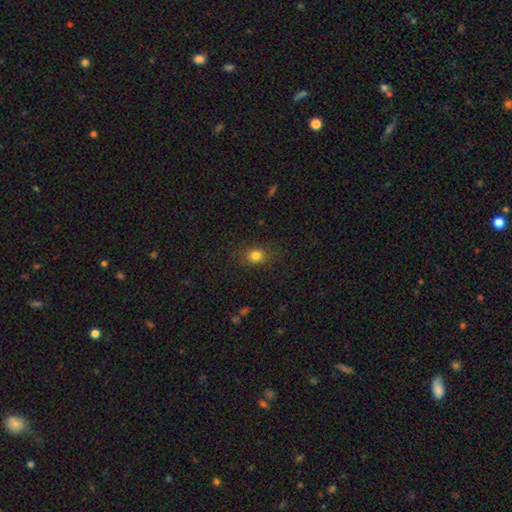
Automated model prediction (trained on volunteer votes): A smooth galaxy with no disk features (81%) that is round (63%).

Vote fractions:
- Smooth or featured? smooth: 81% / star or artifact: 13% / featured or disk: 6%
- How rounded? round: 63% / in between: 36% / cigar-shaped: 1%
- Merging? none: 85% / minor disturbance: 10% / major disturbance: 3% / merger: 1%